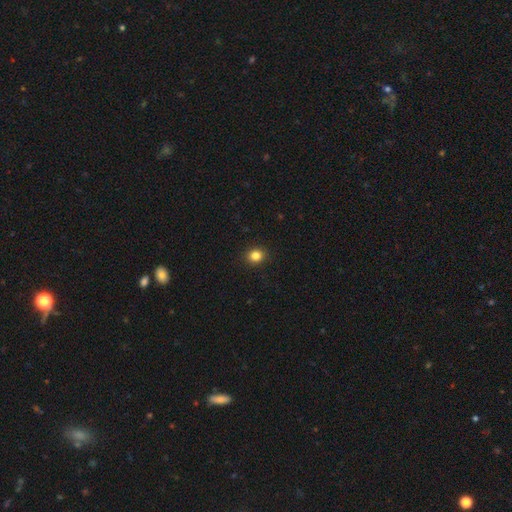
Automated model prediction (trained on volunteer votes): Smooth or featured? smooth (84%)
How rounded? round (78%)
Merging? none (92%)